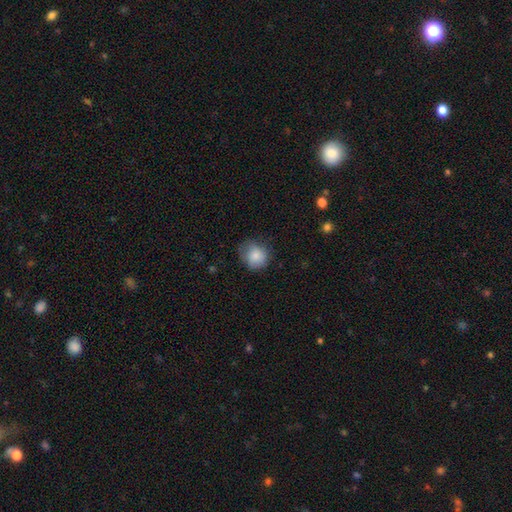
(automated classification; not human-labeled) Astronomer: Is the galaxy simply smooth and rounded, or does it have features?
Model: smooth — 83%.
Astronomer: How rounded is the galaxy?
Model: round — 78%.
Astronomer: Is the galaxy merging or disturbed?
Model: none — 61%.